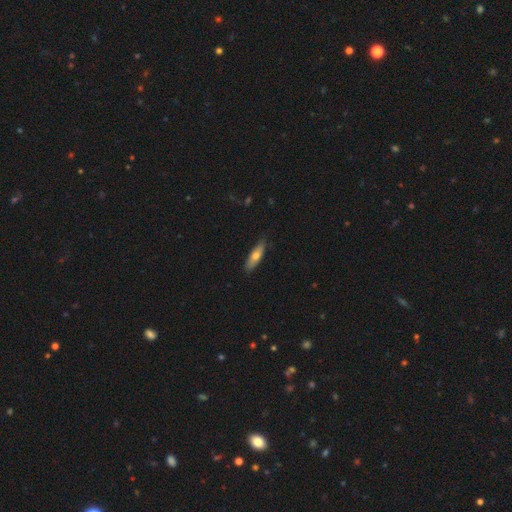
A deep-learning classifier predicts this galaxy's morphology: This is likely a smooth galaxy (64%). How rounded: possibly cigar-shaped (57%). Merging: clearly none (85%).